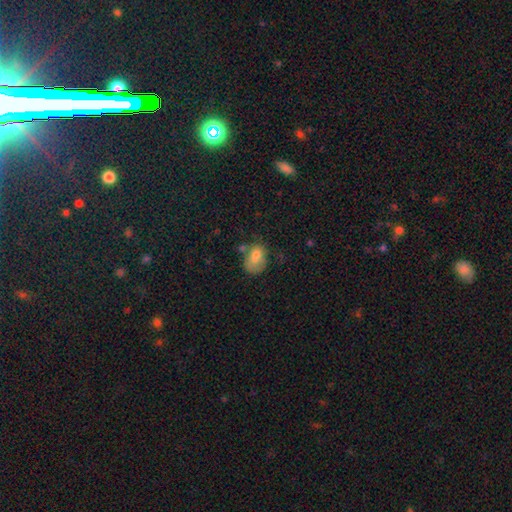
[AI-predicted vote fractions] The model was most divided on "merging": none: 36%, minor disturbance: 28%, major disturbance: 19%, merger: 16%. More confident: how rounded — in between (74%); smooth or featured — smooth (71%).